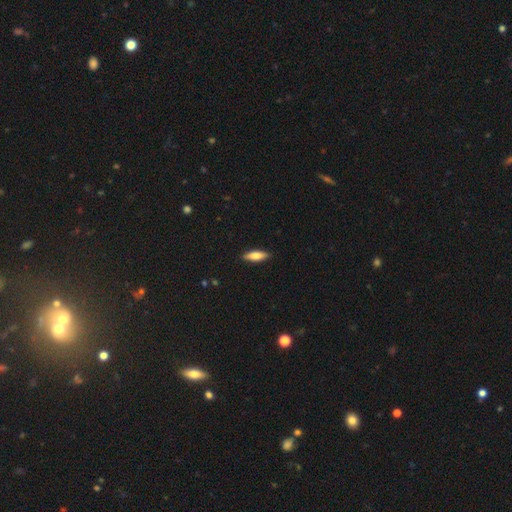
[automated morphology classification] smooth 70%, featured or disk 24%, star or artifact 6%. Down the decision tree: how rounded — in between (49%, tied with cigar-shaped); merging — none (89%).